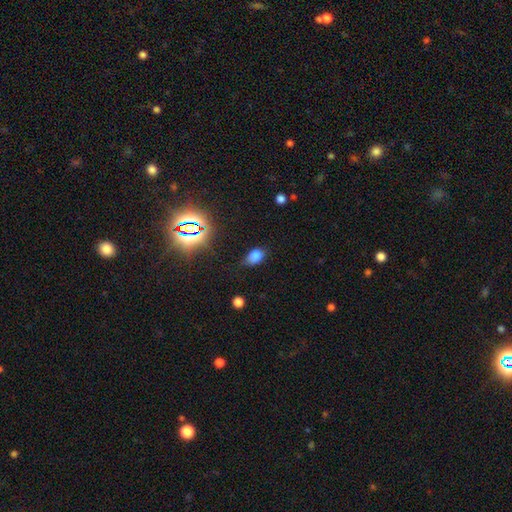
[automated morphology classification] Smooth or featured: smooth — 75% (star or artifact — 17%)
How rounded: in between — 82% (round — 16%)
Merging: none — 70% (minor disturbance — 23%)